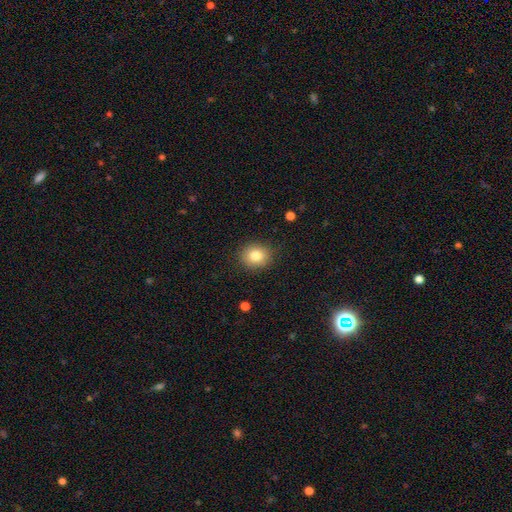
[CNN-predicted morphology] This is clearly a smooth galaxy (82%). How rounded: likely round (77%). Merging: clearly none (88%).